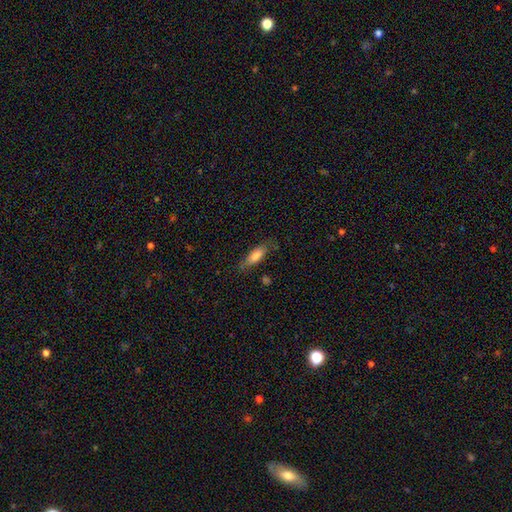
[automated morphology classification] Smooth or featured: smooth — 77% (featured or disk — 16%)
How rounded: in between — 58% (cigar-shaped — 40%)
Merging: none — 73% (minor disturbance — 20%)